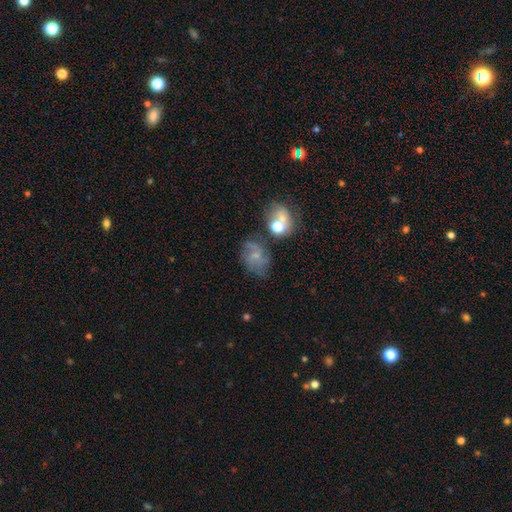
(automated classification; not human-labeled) Overall: featured or disk (54%; smooth 31%). Edge-on disk: no (97%). Bar: no (58%; weak 36%). Spiral arms: yes (86%). Bulge size: small (62%). Merging: none (57%; minor disturbance 21%).